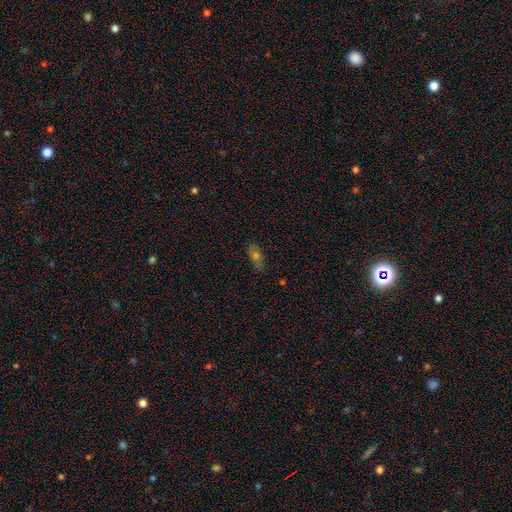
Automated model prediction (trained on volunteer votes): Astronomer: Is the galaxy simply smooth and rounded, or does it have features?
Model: smooth — 51% (runner-up: featured or disk, 28%).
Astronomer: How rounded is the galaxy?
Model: in between — 70%.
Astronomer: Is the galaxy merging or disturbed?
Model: none — 78%.